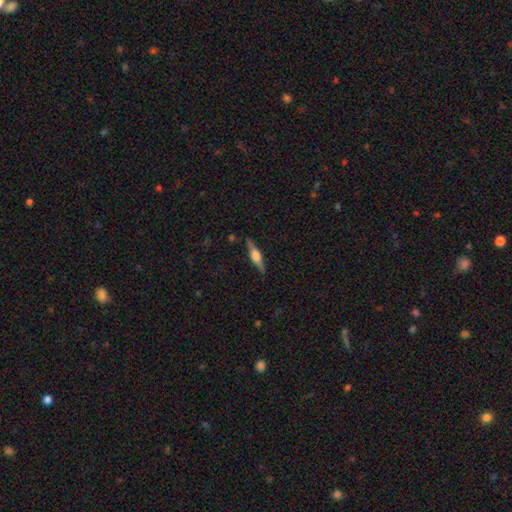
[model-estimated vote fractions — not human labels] smooth-or-featured: featured or disk: 69% | smooth: 25% | star or artifact: 6%
  disk-edge-on: yes: 97% | no: 3%
    edge-on-bulge: rounded: 89% | boxy: 8% | none: 2%
  merging: none: 89% | minor disturbance: 8% | major disturbance: 2% | merger: 1%